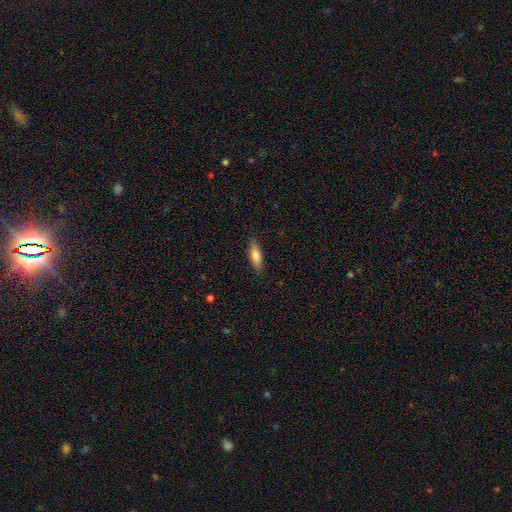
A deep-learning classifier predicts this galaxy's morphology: A smooth galaxy with no disk features (73%) that is cigar-shaped (51%).

Vote fractions:
- Smooth or featured? smooth: 73% / featured or disk: 21% / star or artifact: 6%
- How rounded? cigar-shaped: 51% / in between: 47% / round: 2%
- Merging? none: 85% / minor disturbance: 11% / major disturbance: 2% / merger: 1%